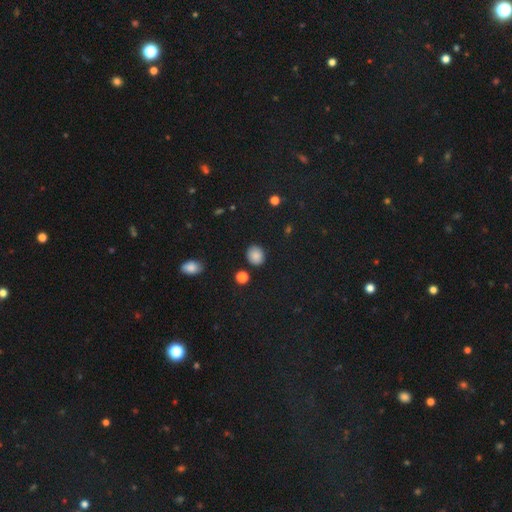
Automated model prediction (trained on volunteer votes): Q: Smooth or featured?
A: smooth (85%); runner-up: star or artifact (10%)
Q: How rounded?
A: round (61%); runner-up: in between (38%)
Q: Merging?
A: none (85%); runner-up: minor disturbance (9%)